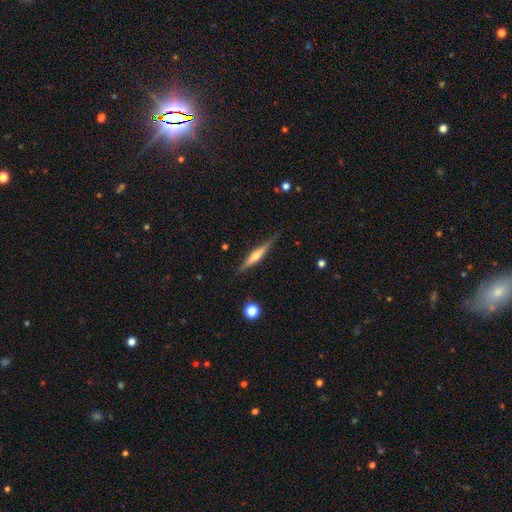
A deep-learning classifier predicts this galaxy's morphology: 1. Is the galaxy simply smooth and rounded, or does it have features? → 69% featured or disk, 25% smooth, 6% star or artifact.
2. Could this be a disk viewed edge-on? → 97% yes, 3% no.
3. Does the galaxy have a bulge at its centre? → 78% rounded, 12% none, 10% boxy.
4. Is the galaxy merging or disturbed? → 84% none, 12% minor disturbance, 2% major disturbance, 2% merger.